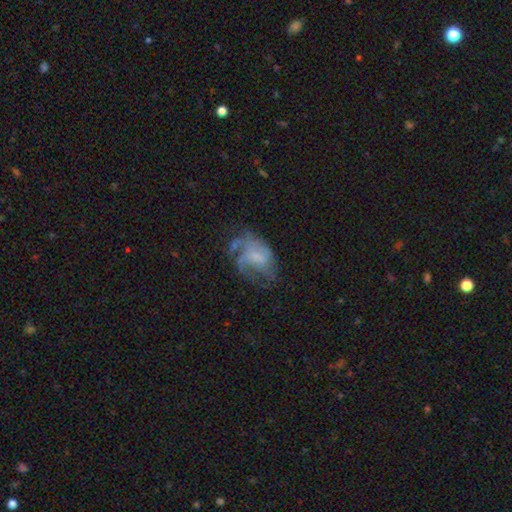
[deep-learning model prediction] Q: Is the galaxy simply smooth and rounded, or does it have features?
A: featured or disk — 61%.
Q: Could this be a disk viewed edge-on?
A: no — 97%.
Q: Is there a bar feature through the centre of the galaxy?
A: no — 62%.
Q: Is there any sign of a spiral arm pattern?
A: yes — 67%.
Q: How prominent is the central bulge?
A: none — 37%.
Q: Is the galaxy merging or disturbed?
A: none — 38%.